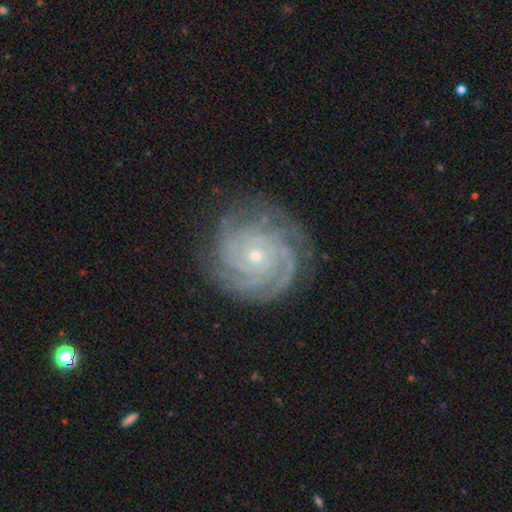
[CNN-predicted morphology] This appears to be a featured or disk galaxy (89%) with no bar (79%), 3 (27%) tight (84%) spiral arms (98%) and a small central bulge (68%). Merging: none (80%).